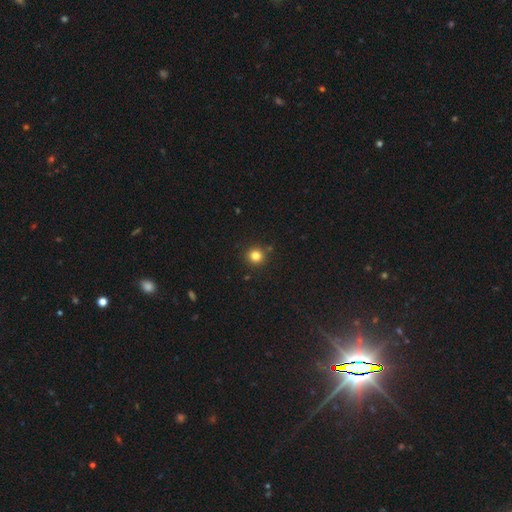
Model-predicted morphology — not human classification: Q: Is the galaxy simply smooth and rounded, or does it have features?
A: smooth — 81%.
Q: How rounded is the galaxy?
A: round — 93%.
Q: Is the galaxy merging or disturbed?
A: none — 89%.